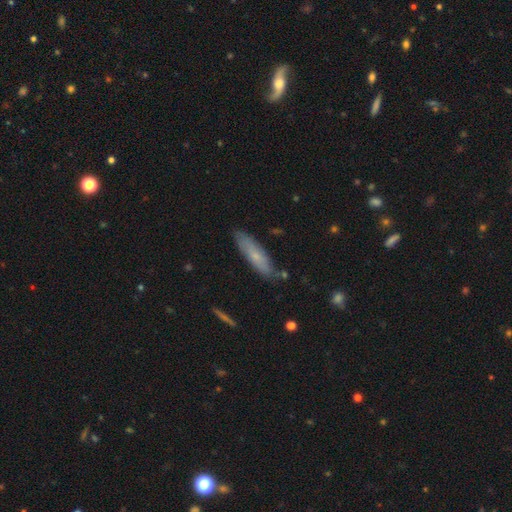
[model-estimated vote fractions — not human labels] Smooth or featured: smooth — 64% (featured or disk — 29%)
How rounded: cigar-shaped — 69% (in between — 29%)
Merging: none — 79% (minor disturbance — 15%)